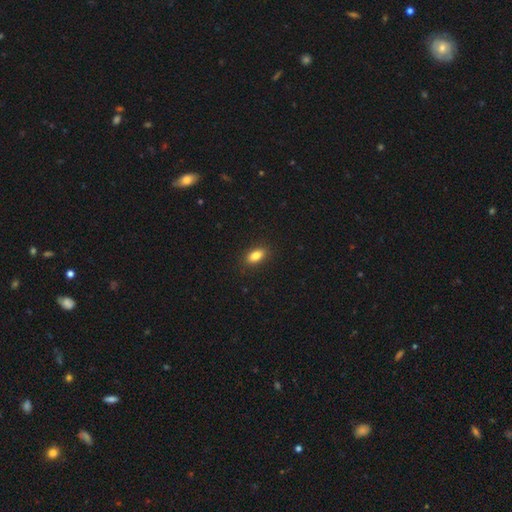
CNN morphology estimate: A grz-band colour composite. It shows a smooth galaxy with no disk features (85%) that is in between round and cigar-shaped (87%). Merging: none (89%).